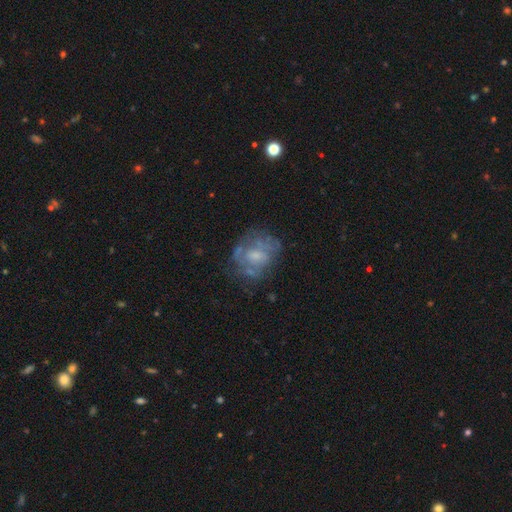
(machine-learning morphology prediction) Smooth or featured? Predicted: featured or disk (p=0.58). Edge-on disk? Predicted: no (p=0.97). Bar? Predicted: no (p=0.71). Spiral arms? Predicted: no (p=0.64). Bulge size? Predicted: moderate (p=0.38). Merging? Predicted: none (p=0.56).